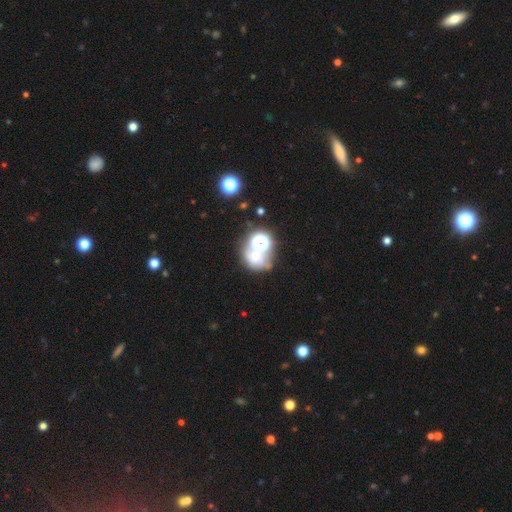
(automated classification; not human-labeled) Smooth or featured? Predicted: smooth (p=0.38). Merging? Predicted: merger (p=0.39).